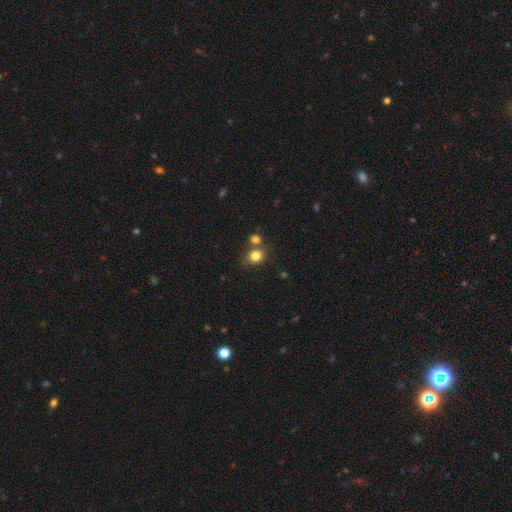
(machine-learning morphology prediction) Smooth or featured? smooth (82%)
How rounded? round (71%)
Merging? none (61%)